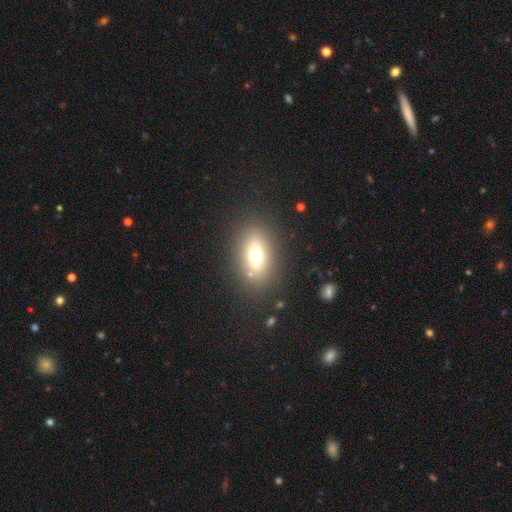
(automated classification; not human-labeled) Smooth or featured: smooth — 66% (featured or disk — 21%)
How rounded: in between — 76% (round — 19%)
Merging: none — 83% (minor disturbance — 9%)